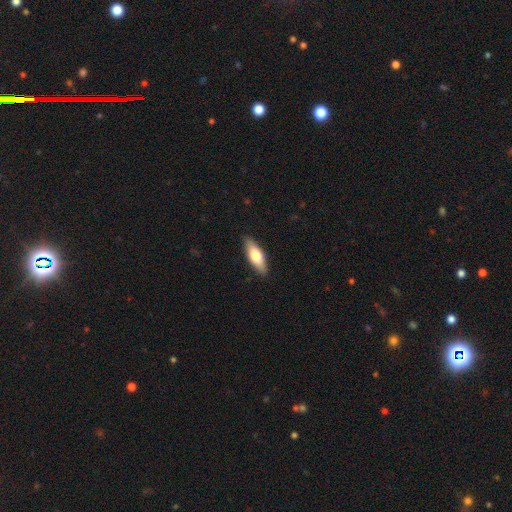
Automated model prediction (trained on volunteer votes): This appears to be a smooth galaxy with no disk features (65%) that is in between round and cigar-shaped (59%). Merging: none (88%).